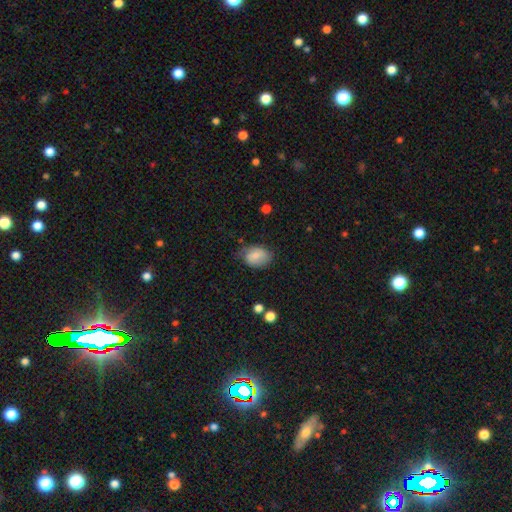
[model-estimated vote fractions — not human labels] Smooth or featured? smooth (69%)
How rounded? in between (76%)
Merging? none (58%)